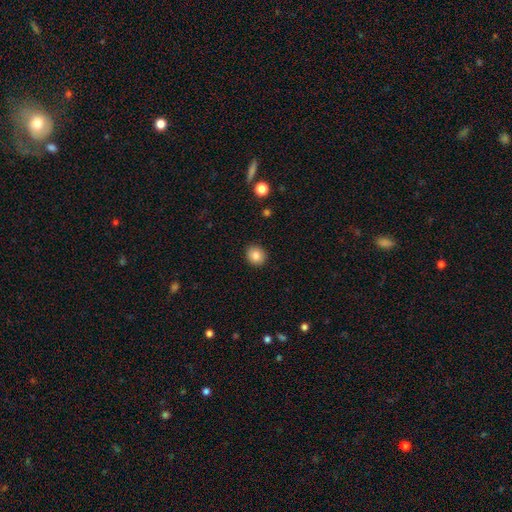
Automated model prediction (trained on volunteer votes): The model was most divided on "how rounded": round: 84%, in between: 15%, cigar-shaped: 1%. More confident: merging — none (91%); smooth or featured — smooth (85%).